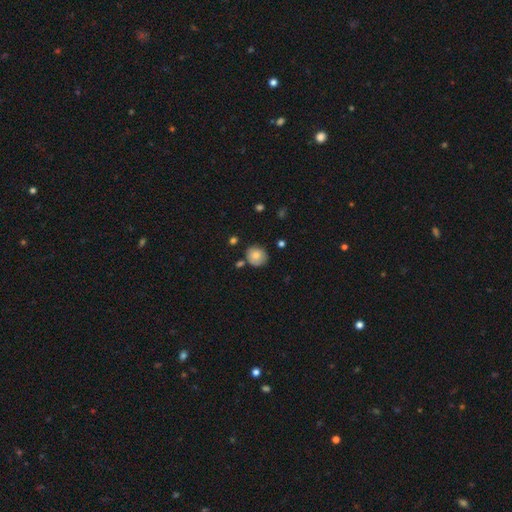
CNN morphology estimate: The model was most divided on "merging": none: 74%, minor disturbance: 16%, merger: 6%, major disturbance: 3%. More confident: how rounded — round (83%); smooth or featured — smooth (78%).